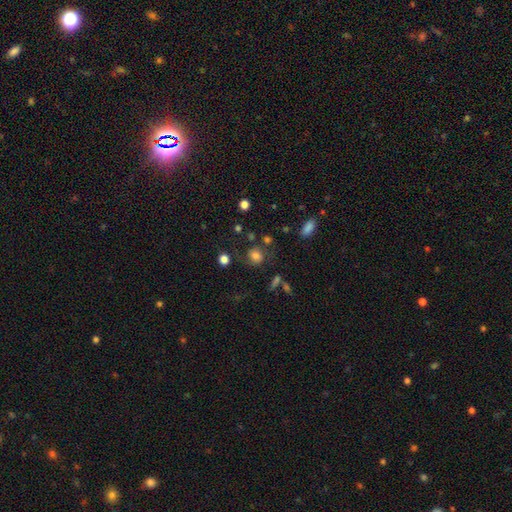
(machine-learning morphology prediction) type=smooth (66%); roundness=round (76%); merging=none (60%).